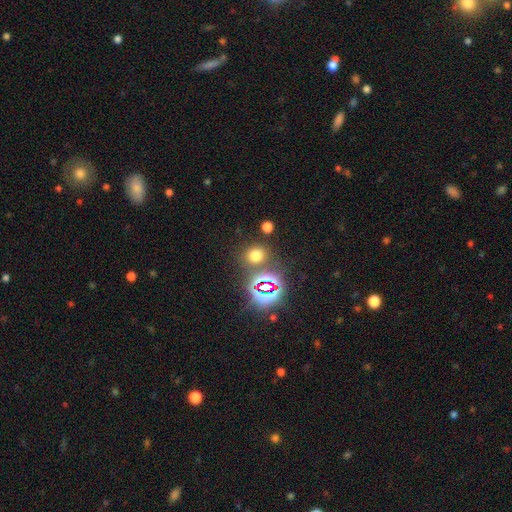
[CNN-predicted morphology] A smooth galaxy with no disk features (61%) that is round (73%).

Vote fractions:
- Smooth or featured? smooth: 61% / star or artifact: 32% / featured or disk: 7%
- How rounded? round: 73% / in between: 26% / cigar-shaped: 1%
- Merging? none: 78% / minor disturbance: 9% / merger: 9% / major disturbance: 4%